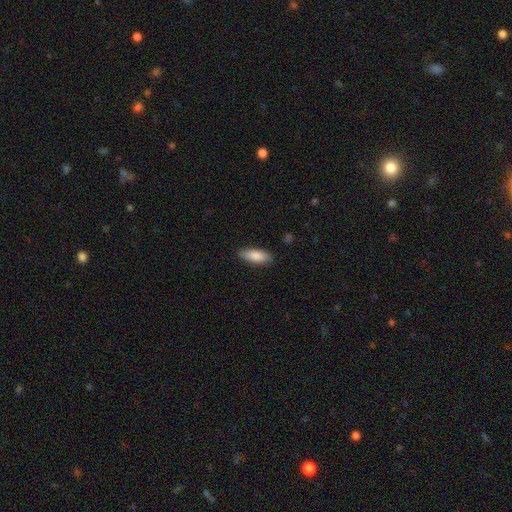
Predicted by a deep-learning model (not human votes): This is clearly a smooth galaxy (85%). How rounded: likely in between (72%). Merging: clearly none (86%).